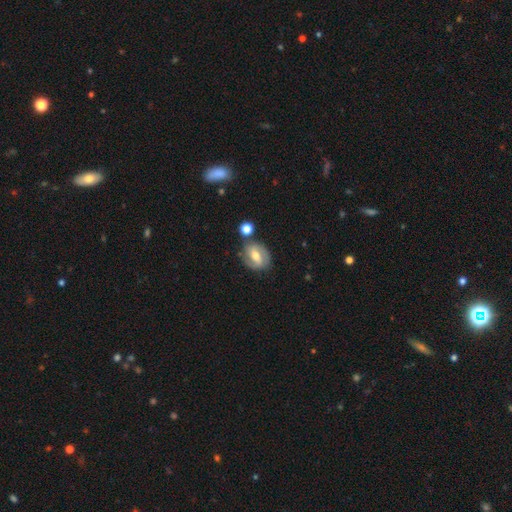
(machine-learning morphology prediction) A featured or disk galaxy (69%) with a weak bar (42%), 2 (80%) medium (44%) spiral arms (85%) and a moderate central bulge (67%).

Vote fractions:
- Smooth or featured? featured or disk: 69% / smooth: 23% / star or artifact: 7%
- Edge-on disk? no: 96% / yes: 4%
- Bar? weak: 42% / strong: 39% / no: 19%
- Spiral arms? yes: 85% / no: 15%
- Spiral winding? medium: 44% / tight: 38% / loose: 18%
- Spiral arm count? 2: 80% / can't tell: 10% / 1: 5% / 3: 3% / 4: 1% / more than 4: 1%
- Bulge size? moderate: 67% / small: 26% / large: 5% / none: 1% / dominant: 1%
- Merging? none: 72% / minor disturbance: 15% / merger: 8% / major disturbance: 5%